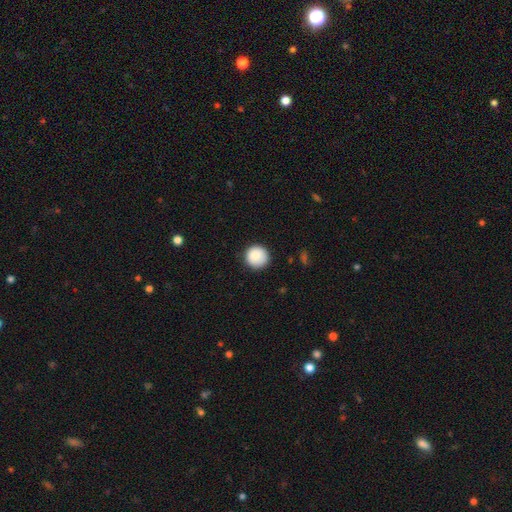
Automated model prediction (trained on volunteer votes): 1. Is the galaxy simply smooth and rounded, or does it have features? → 86% smooth, 8% star or artifact, 7% featured or disk.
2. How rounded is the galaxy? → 95% round, 4% in between, 1% cigar-shaped.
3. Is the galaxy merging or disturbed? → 88% none, 9% minor disturbance, 2% major disturbance, 1% merger.